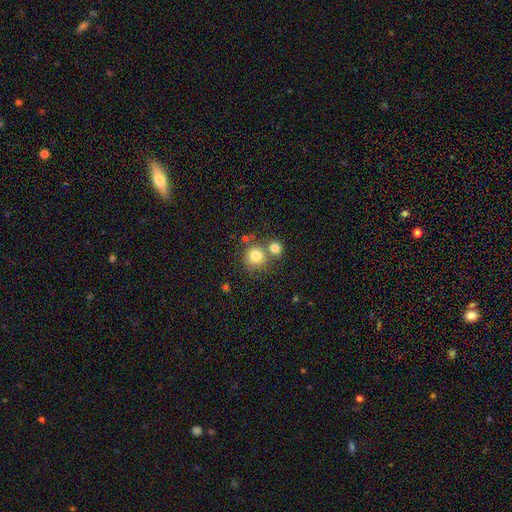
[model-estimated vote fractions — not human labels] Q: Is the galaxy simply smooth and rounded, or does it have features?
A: smooth — 79%.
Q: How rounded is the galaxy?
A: round — 90%.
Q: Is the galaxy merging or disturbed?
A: none — 56%.